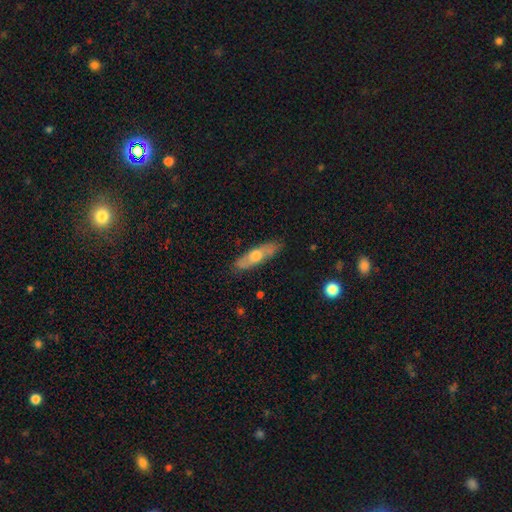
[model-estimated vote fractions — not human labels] smooth_or_featured: featured or disk (p=0.47) [tied with: smooth p=0.47]
merging: none (p=0.84) [alt: minor disturbance p=0.12]